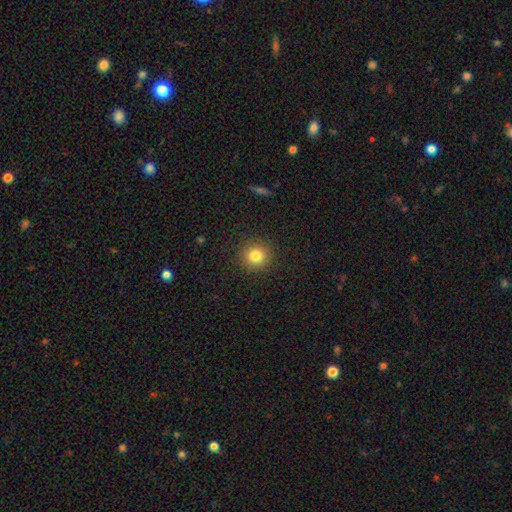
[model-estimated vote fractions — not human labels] The model was most divided on "smooth or featured": smooth: 82%, star or artifact: 12%, featured or disk: 7%. More confident: how rounded — round (93%); merging — none (91%).